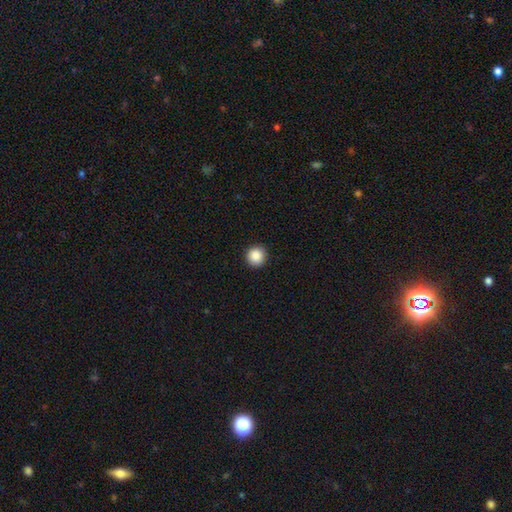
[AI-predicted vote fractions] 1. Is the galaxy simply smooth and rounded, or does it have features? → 88% smooth, 9% star or artifact, 3% featured or disk.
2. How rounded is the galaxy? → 95% round, 4% in between, 1% cigar-shaped.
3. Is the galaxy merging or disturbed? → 93% none, 5% minor disturbance, 2% major disturbance, 1% merger.